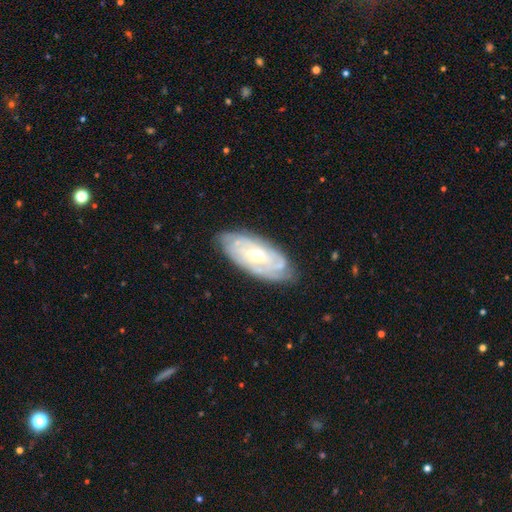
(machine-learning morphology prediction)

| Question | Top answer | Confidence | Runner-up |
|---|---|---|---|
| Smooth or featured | featured or disk | 79% | smooth (16%) |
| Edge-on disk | no | 91% | yes (9%) |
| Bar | no | 51% | weak (37%) |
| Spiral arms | yes | 87% | no (13%) |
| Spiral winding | tight | 72% | medium (22%) |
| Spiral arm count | can't tell | 51% | 2 (20%) |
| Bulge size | moderate | 67% | small (27%) |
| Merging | none | 76% | minor disturbance (18%) |